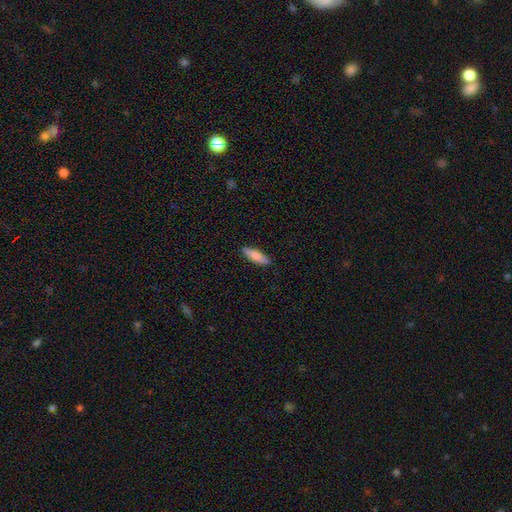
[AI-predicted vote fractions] Morphology: type=smooth (76%); roundness=cigar-shaped (62%); merging=none (88%).